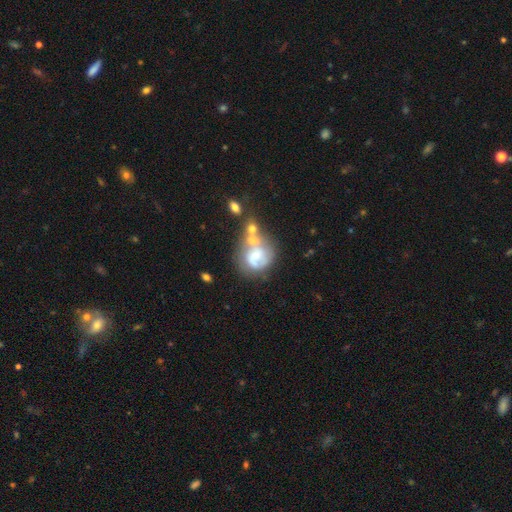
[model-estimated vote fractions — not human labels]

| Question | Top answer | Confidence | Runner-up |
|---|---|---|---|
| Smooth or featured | featured or disk | 54% | smooth (37%) |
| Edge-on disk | no | 98% | yes (2%) |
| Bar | no | 75% | weak (20%) |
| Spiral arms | yes | 51% | no (49%) |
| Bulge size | moderate | 37% | tied: small (37%) |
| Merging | merger | 41% | none (27%) |